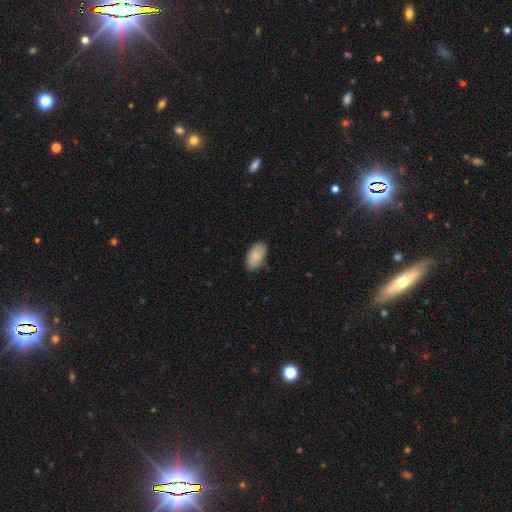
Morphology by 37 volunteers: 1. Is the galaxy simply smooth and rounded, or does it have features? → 89% smooth, 5% featured or disk, 5% star or artifact.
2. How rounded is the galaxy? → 100% in between, 0% round, 0% cigar-shaped.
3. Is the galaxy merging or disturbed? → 83% none, 17% minor disturbance, 0% major disturbance, 0% merger.